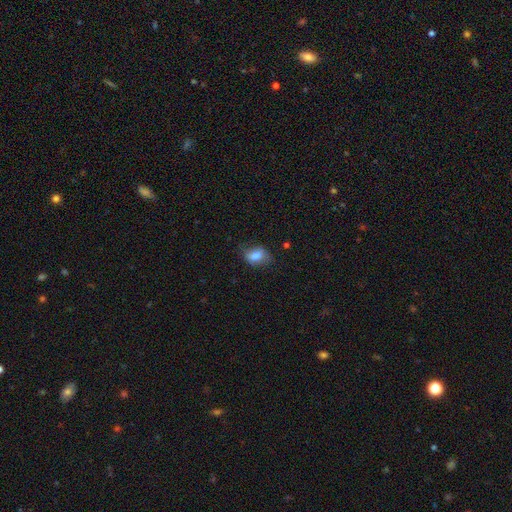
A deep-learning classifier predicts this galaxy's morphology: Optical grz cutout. It shows a smooth galaxy with no disk features (73%) that is in between round and cigar-shaped (78%). Merging: none (67%).